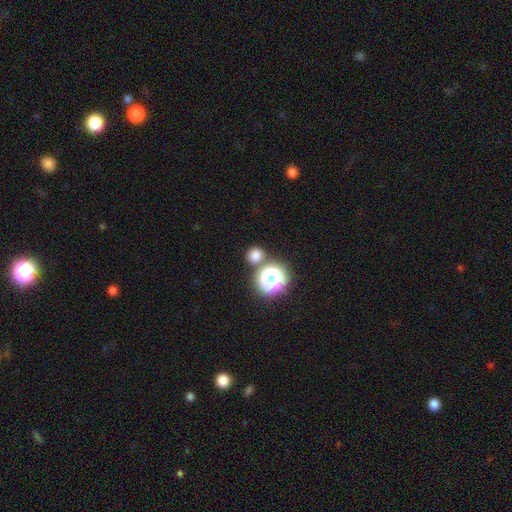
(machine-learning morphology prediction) A smooth galaxy with no disk features (71%) that is round (86%). Merging: none (74%).